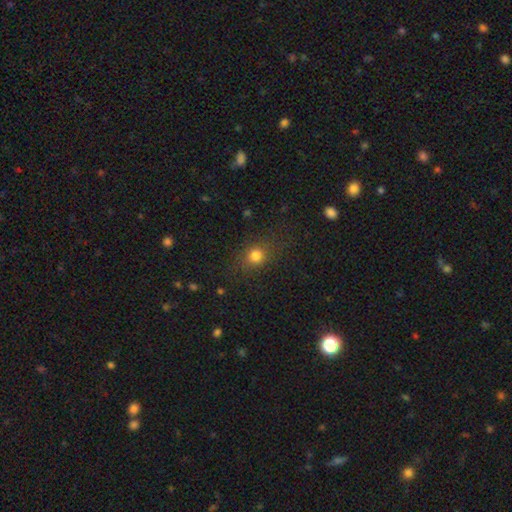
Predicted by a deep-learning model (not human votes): smooth 78%, star or artifact 15%, featured or disk 8%. Down the decision tree: how rounded — round (72%); merging — none (81%).